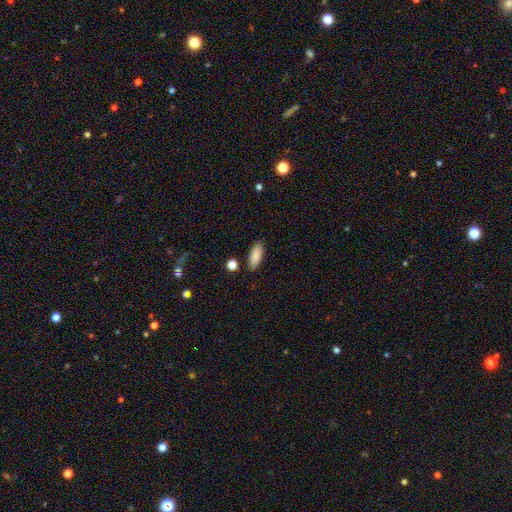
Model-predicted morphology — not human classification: Smooth or featured? smooth (87%)
How rounded? in between (78%)
Merging? none (86%)